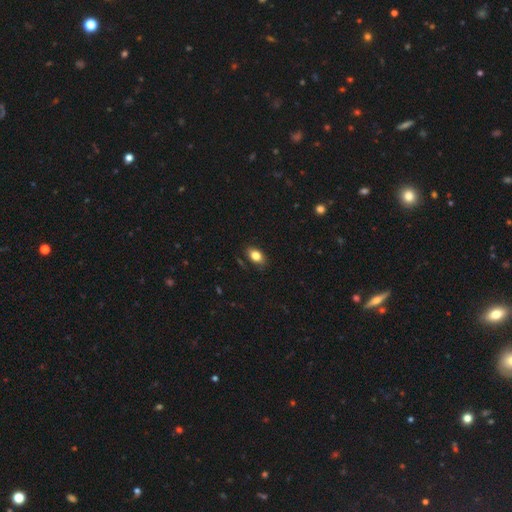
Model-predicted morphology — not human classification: smooth_or_featured: smooth (p=0.82) [alt: featured or disk p=0.09]
how_rounded: in between (p=0.86) [alt: round p=0.12]
merging: none (p=0.83) [alt: minor disturbance p=0.13]